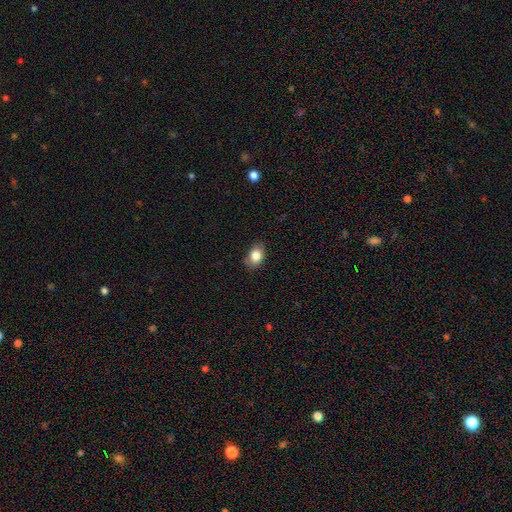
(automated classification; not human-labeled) Smooth or featured? smooth (83%)
How rounded? in between (77%)
Merging? none (79%)